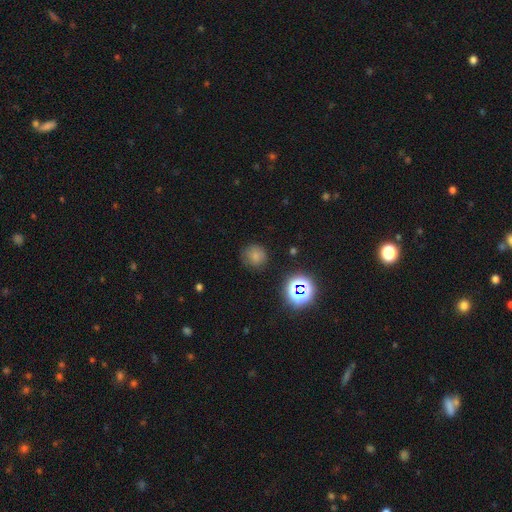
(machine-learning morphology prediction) A smooth galaxy with no disk features (72%) that is round (89%).

Vote fractions:
- Smooth or featured? smooth: 72% / star or artifact: 20% / featured or disk: 8%
- How rounded? round: 89% / in between: 10% / cigar-shaped: 1%
- Merging? none: 81% / minor disturbance: 13% / major disturbance: 4% / merger: 2%